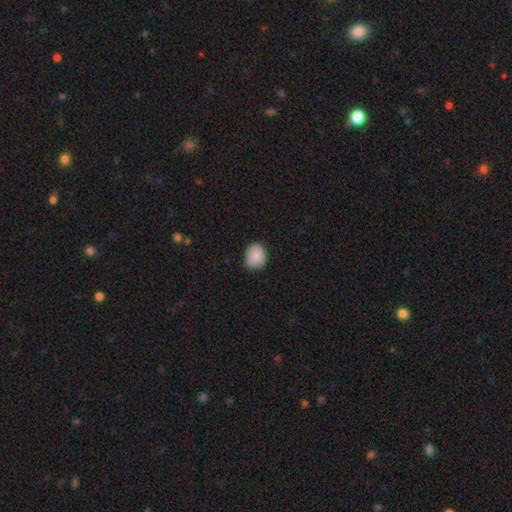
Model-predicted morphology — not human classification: smooth-or-featured: smooth: 87% | star or artifact: 8% | featured or disk: 5%
  how-rounded: round: 59% | in between: 41% | cigar-shaped: 1%
  merging: none: 75% | minor disturbance: 20% | major disturbance: 3% | merger: 1%